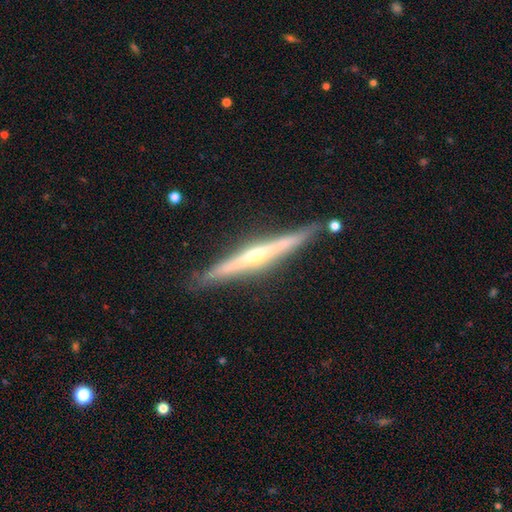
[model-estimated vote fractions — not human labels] Overall: featured or disk (80%). Edge-on disk: yes (97%). Edge-on bulge: rounded (80%). Merging: none (86%).